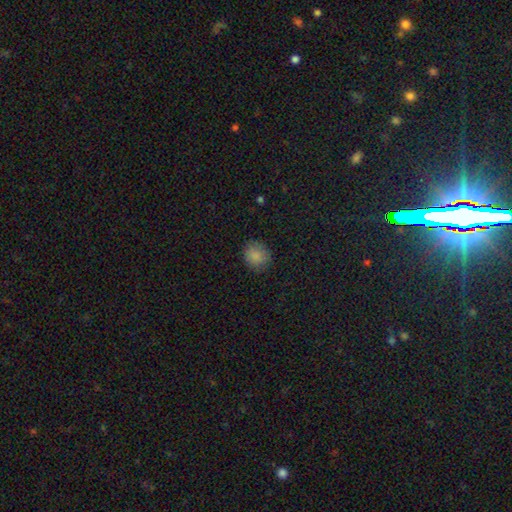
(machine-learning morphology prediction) Smooth or featured? Predicted: smooth (p=0.86). How rounded? Predicted: round (p=0.79). Merging? Predicted: none (p=0.84).